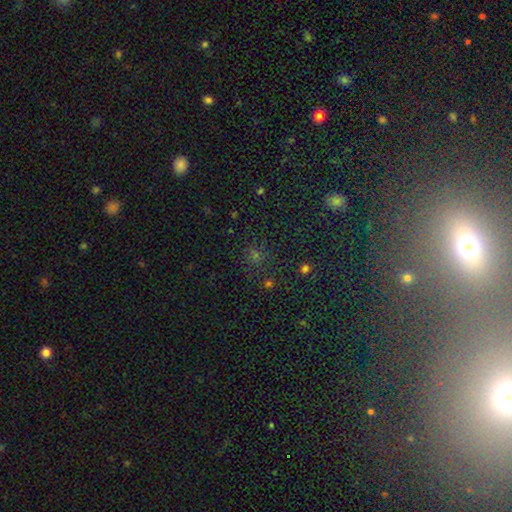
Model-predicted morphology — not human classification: Smooth or featured: star or artifact — 48% (smooth — 45%)